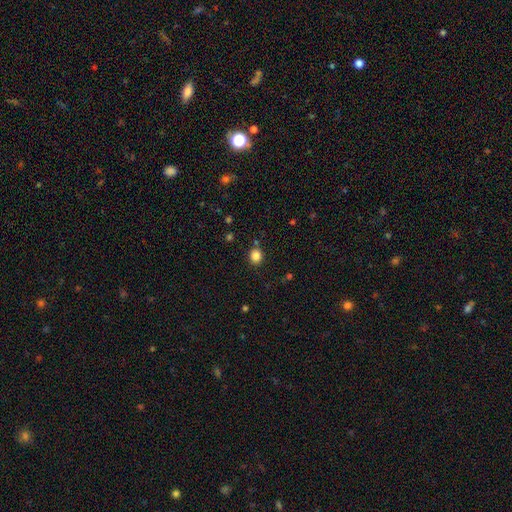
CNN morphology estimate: smooth 84%, star or artifact 12%, featured or disk 4%. Down the decision tree: how rounded — round (79%); merging — none (84%).